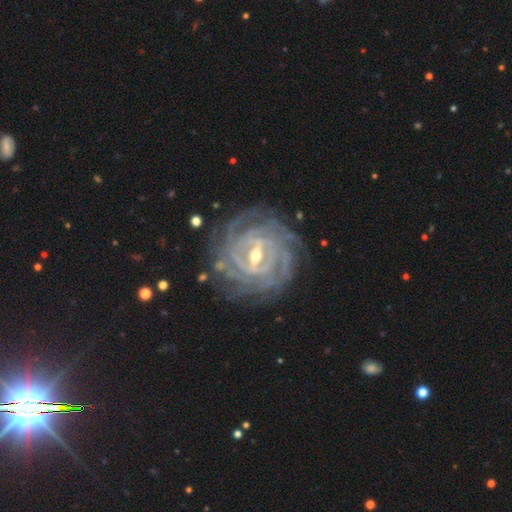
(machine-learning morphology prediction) Smooth or featured: featured or disk — 92% (star or artifact — 4%)
Edge-on disk: no — 96% (yes — 4%)
Bar: strong — 60% (weak — 32%)
Spiral arms: yes — 98% (no — 2%)
Spiral winding: tight — 82% (medium — 15%)
Spiral arm count: 4 — 31% (can't tell — 19%)
Bulge size: moderate — 57% (small — 38%)
Merging: none — 80% (minor disturbance — 13%)